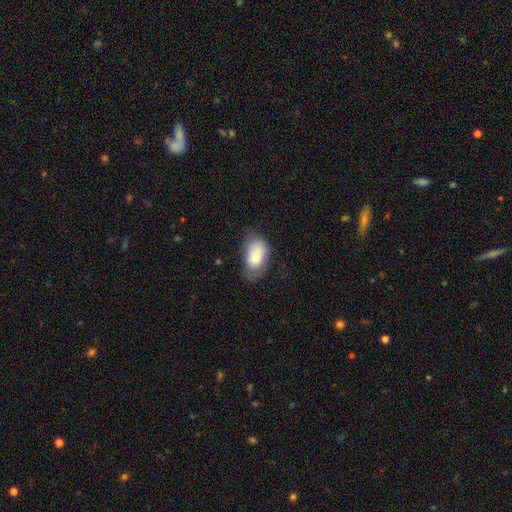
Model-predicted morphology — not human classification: A smooth galaxy with no disk features (81%) that is in between round and cigar-shaped (91%).

Vote fractions:
- Smooth or featured? smooth: 81% / featured or disk: 12% / star or artifact: 6%
- How rounded? in between: 91% / round: 7% / cigar-shaped: 1%
- Merging? none: 59% / minor disturbance: 29% / major disturbance: 10% / merger: 2%